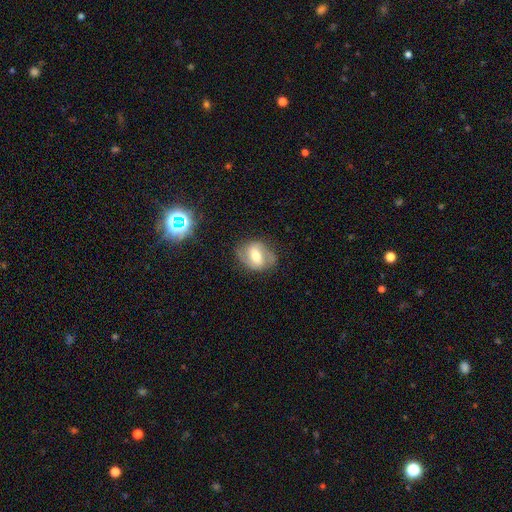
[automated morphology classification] This is likely a featured or disk galaxy (64%). It is clearly not viewed edge-on (96%). Bar: marginally weak (44%). Spiral arm pattern: clearly yes (82%). Spiral arm count: clearly 2 (84%). Spiral winding: possibly medium (48%). Central bulge: likely moderate (65%). Merging: likely none (73%).